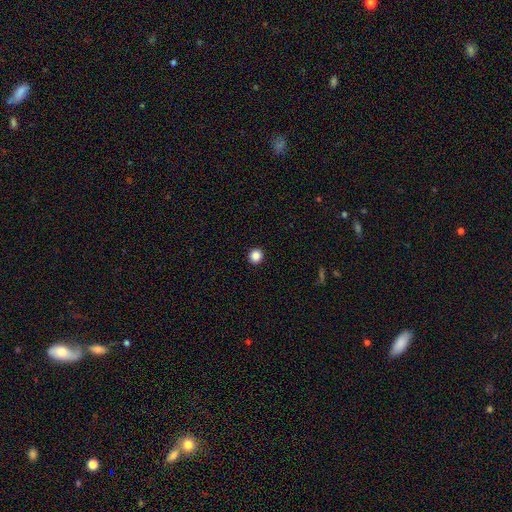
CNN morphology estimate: smooth 87%, star or artifact 10%, featured or disk 3%. Down the decision tree: how rounded — round (91%); merging — none (94%).